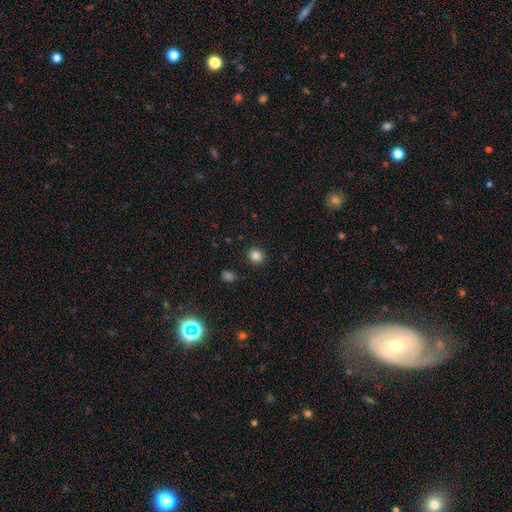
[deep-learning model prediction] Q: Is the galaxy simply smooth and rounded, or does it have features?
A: smooth — 85%.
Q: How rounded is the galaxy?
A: round — 91%.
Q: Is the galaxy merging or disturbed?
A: none — 91%.